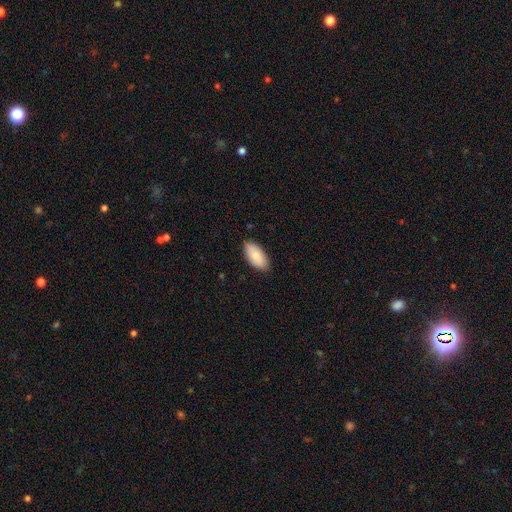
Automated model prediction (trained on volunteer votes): Q: Smooth or featured?
A: smooth (84%); runner-up: featured or disk (11%)
Q: How rounded?
A: in between (93%); runner-up: cigar-shaped (5%)
Q: Merging?
A: none (83%); runner-up: minor disturbance (14%)